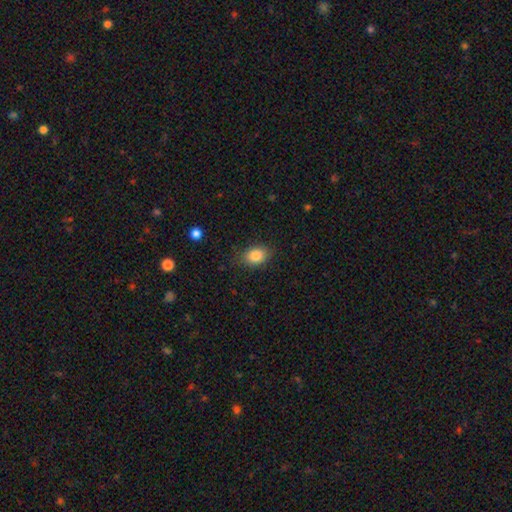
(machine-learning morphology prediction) smooth_or_featured: smooth (p=0.84) [alt: star or artifact p=0.09]
how_rounded: in between (p=0.71) [alt: round p=0.28]
merging: none (p=0.80) [alt: minor disturbance p=0.15]